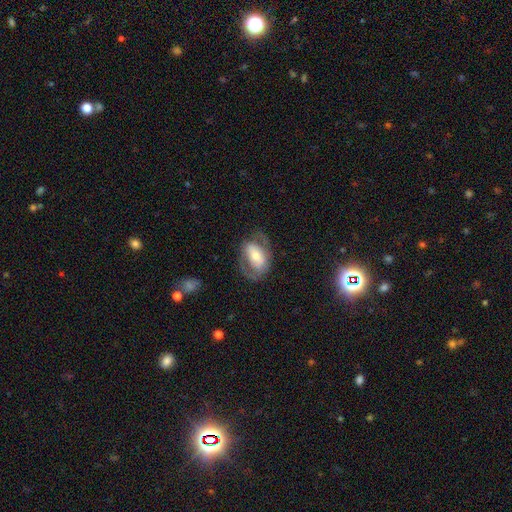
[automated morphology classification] smooth-or-featured: featured or disk: 62% | smooth: 32% | star or artifact: 6%
  disk-edge-on: no: 94% | yes: 6%
    bar: no: 35% (tied) | strong: 35% (tied) | weak: 30%
    has-spiral-arms: yes: 58% | no: 42%
    bulge-size: moderate: 54% | small: 30% | large: 12% | dominant: 2% | none: 2%
  merging: none: 64% | minor disturbance: 18% | major disturbance: 16% | merger: 2%